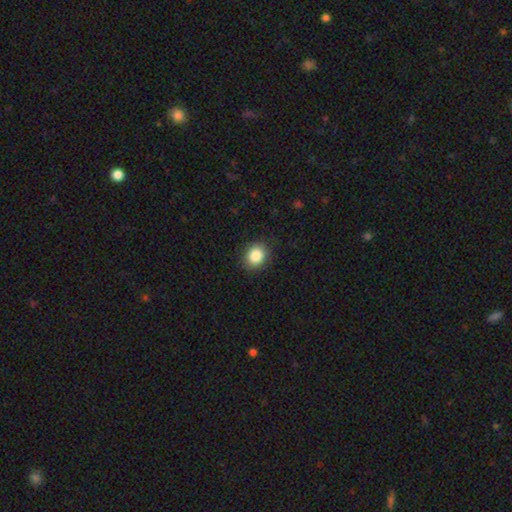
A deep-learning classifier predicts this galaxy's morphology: smooth_or_featured: smooth (p=0.86) [alt: star or artifact p=0.09]
how_rounded: round (p=0.66) [alt: in between p=0.33]
merging: none (p=0.88) [alt: minor disturbance p=0.09]